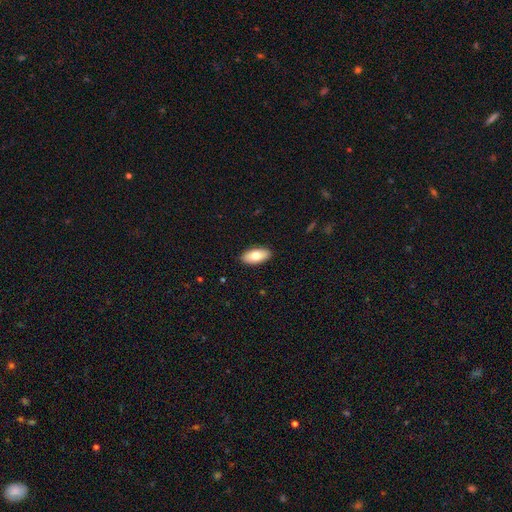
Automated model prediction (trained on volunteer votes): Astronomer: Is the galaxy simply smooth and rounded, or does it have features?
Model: smooth — 76%.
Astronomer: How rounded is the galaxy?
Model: in between — 93%.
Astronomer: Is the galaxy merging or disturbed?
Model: none — 90%.